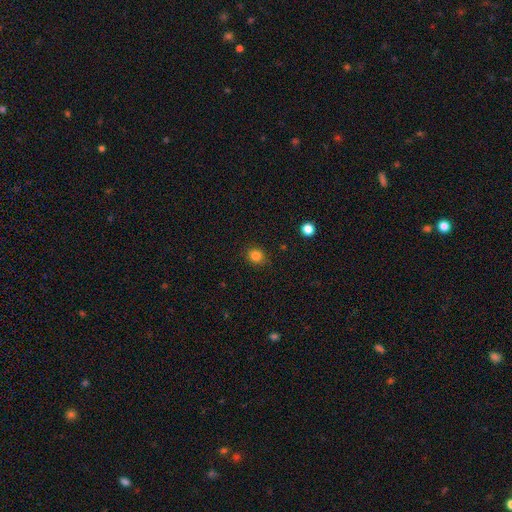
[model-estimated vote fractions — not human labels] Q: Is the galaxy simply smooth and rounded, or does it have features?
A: smooth — 84%.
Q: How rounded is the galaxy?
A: round — 82%.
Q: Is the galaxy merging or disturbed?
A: none — 86%.